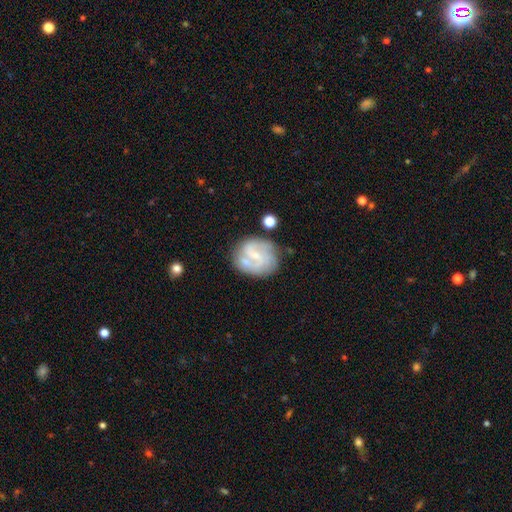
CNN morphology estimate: type=featured or disk (70%); edge-on=no (98%); bar=weak (51%); spiral arms=yes (84%); winding=medium (42%); arm count=2 (41%); bulge=small (64%); merging=none (62%).